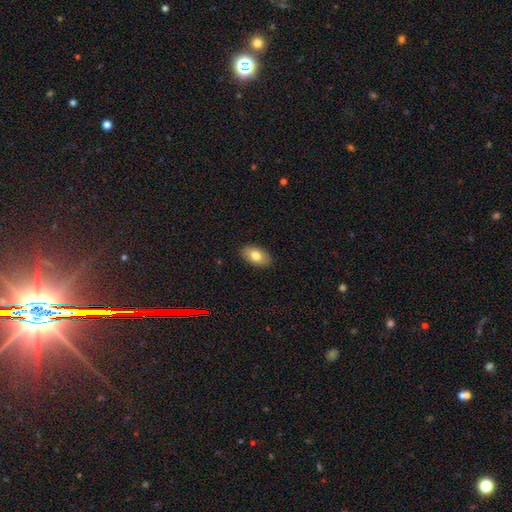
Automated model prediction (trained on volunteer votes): Overall: smooth (79%). How rounded: in between (93%). Merging: none (89%).